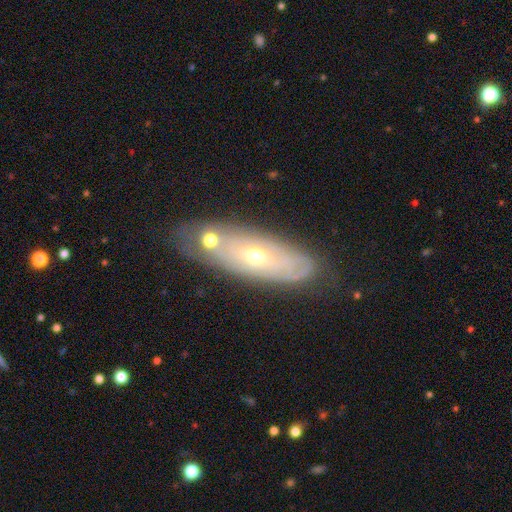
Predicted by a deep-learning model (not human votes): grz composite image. It shows a featured or disk galaxy (70%) with no bar (77%), spiral arms (64%) and a moderate central bulge (52%). Merging: none (72%).